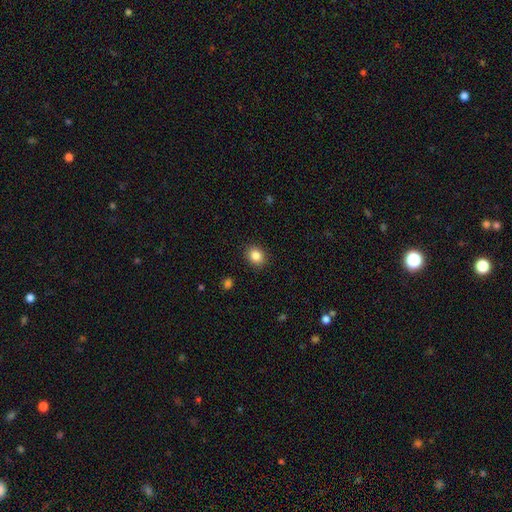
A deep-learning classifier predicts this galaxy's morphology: Smooth or featured? Predicted: smooth (p=0.86). How rounded? Predicted: round (p=0.59). Merging? Predicted: none (p=0.90).